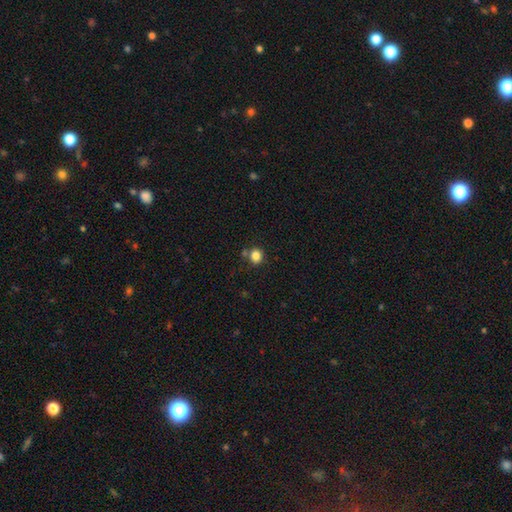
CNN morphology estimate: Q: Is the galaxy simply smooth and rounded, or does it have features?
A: smooth — 84%.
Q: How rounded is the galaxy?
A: round — 80%.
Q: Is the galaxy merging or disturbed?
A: none — 73%.